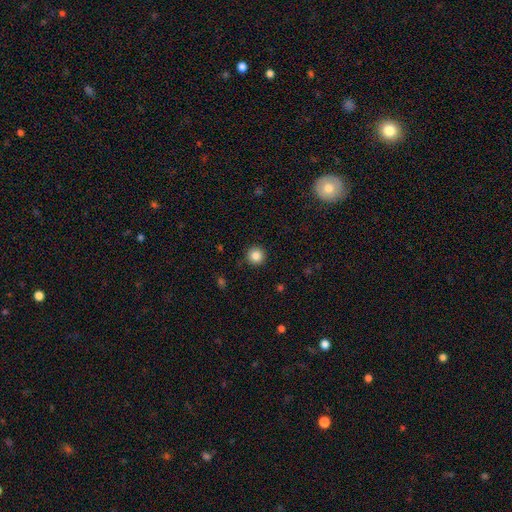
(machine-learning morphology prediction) smooth_or_featured: smooth (p=0.86) [alt: star or artifact p=0.10]
how_rounded: round (p=0.95) [alt: in between p=0.04]
merging: none (p=0.91) [alt: minor disturbance p=0.06]